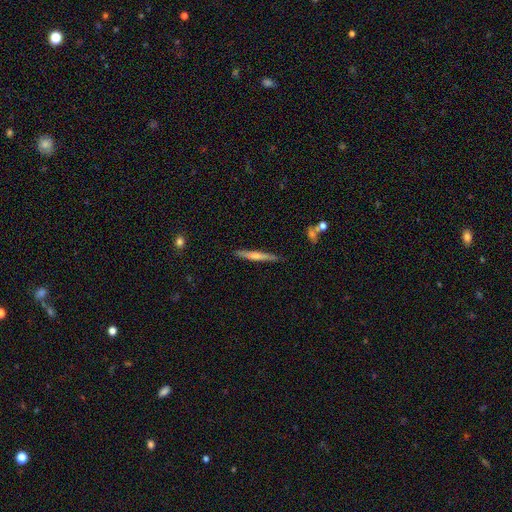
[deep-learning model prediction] A smooth galaxy with no disk features (50%) that is cigar-shaped (95%). Merging: none (86%).